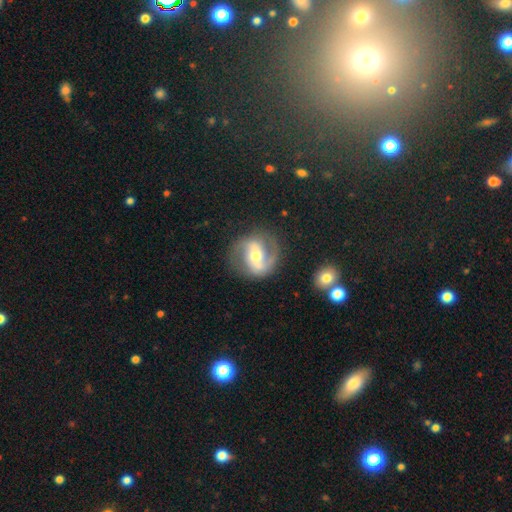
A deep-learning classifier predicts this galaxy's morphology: type=featured or disk (85%); edge-on=no (97%); bar=weak (39%); spiral arms=yes (94%); winding=medium (52%); arm count=2 (89%); bulge=moderate (65%); merging=none (80%).